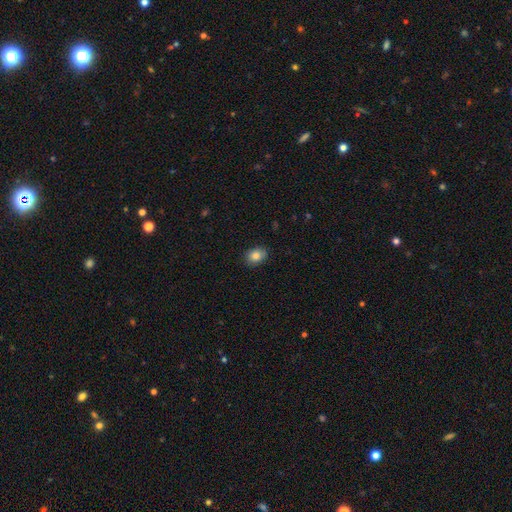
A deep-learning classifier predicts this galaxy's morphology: smooth-or-featured: smooth: 84% | star or artifact: 9% | featured or disk: 7%
  how-rounded: in between: 63% | round: 36% | cigar-shaped: 1%
  merging: none: 87% | minor disturbance: 10% | major disturbance: 2% | merger: 1%